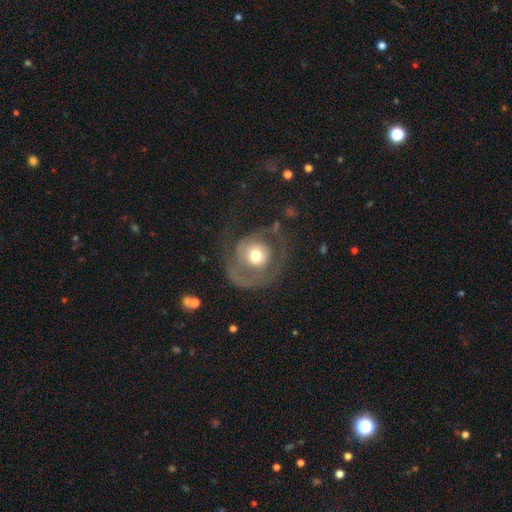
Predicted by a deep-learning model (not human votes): Smooth or featured? featured or disk (55%)
Edge-on disk? no (97%)
Bar? no (79%)
Spiral arms? yes (59%)
Bulge size? moderate (66%)
Merging? none (41%)